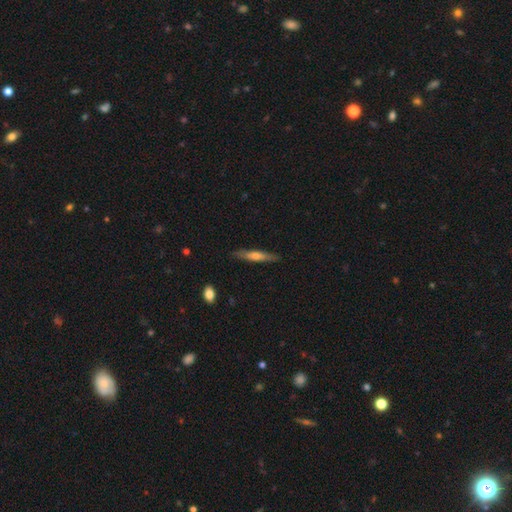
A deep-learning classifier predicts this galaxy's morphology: Smooth or featured?
  - smooth: 50% *
  - featured or disk: 44%
  - star or artifact: 6%
How rounded?
  - cigar-shaped: 91% *
  - in between: 8%
  - round: 2%
Merging?
  - none: 87% *
  - minor disturbance: 9%
  - major disturbance: 2%
  - merger: 1%